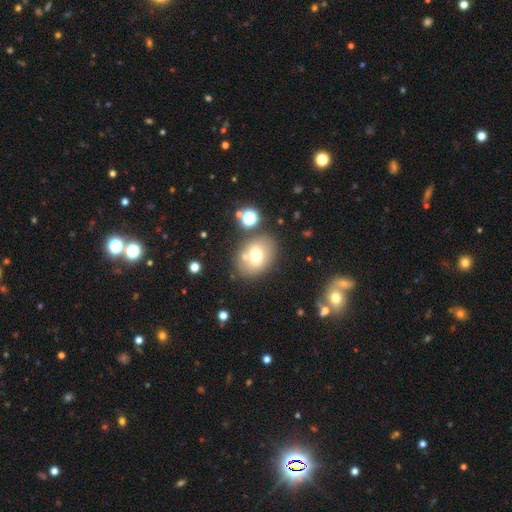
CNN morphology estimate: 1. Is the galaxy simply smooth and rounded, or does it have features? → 65% smooth, 22% featured or disk, 13% star or artifact.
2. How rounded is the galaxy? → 54% in between, 45% round, 1% cigar-shaped.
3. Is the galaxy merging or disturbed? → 71% none, 13% minor disturbance, 11% merger, 5% major disturbance.